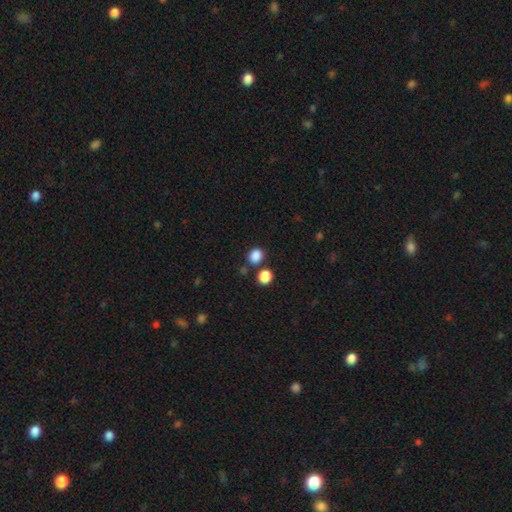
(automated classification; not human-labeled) Q: Smooth or featured?
A: smooth (86%); runner-up: star or artifact (11%)
Q: How rounded?
A: round (67%); runner-up: in between (32%)
Q: Merging?
A: none (76%); runner-up: merger (12%)